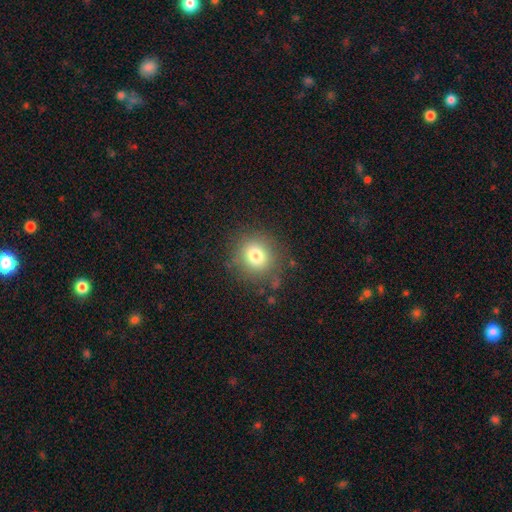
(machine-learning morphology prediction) smooth-or-featured: smooth: 78% | star or artifact: 13% | featured or disk: 9%
  how-rounded: round: 88% | in between: 11% | cigar-shaped: 1%
  merging: none: 83% | minor disturbance: 10% | major disturbance: 5% | merger: 2%